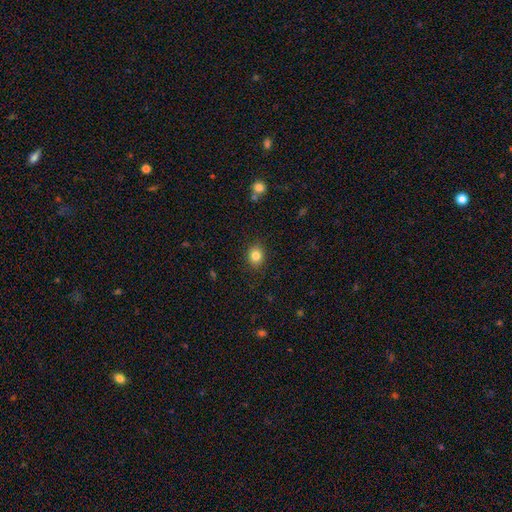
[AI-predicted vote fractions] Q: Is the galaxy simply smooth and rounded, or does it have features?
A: smooth — 83%.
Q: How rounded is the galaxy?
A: round — 69%.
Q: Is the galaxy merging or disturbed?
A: none — 88%.